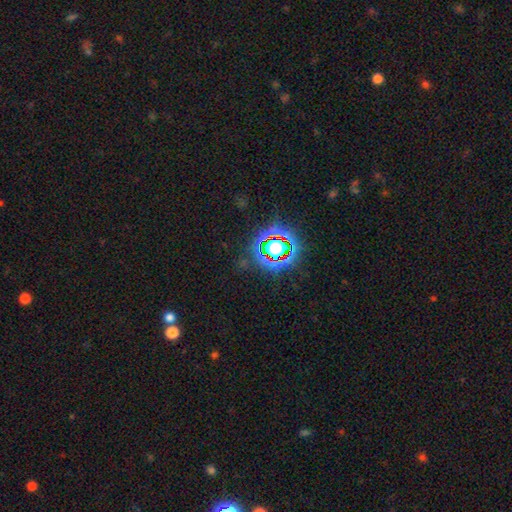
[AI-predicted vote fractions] Smooth or featured? star or artifact (81%)